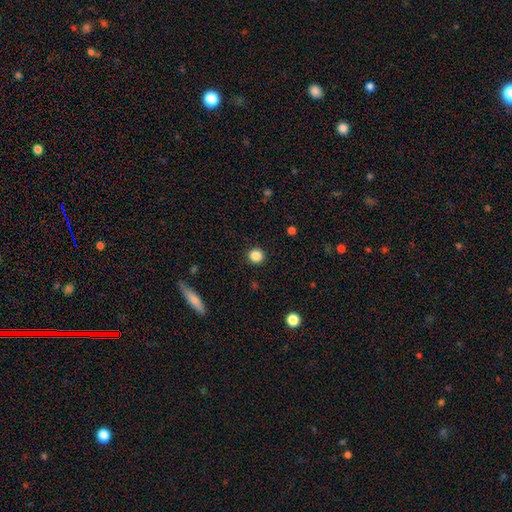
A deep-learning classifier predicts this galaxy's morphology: type=smooth (86%); roundness=round (93%); merging=none (92%).